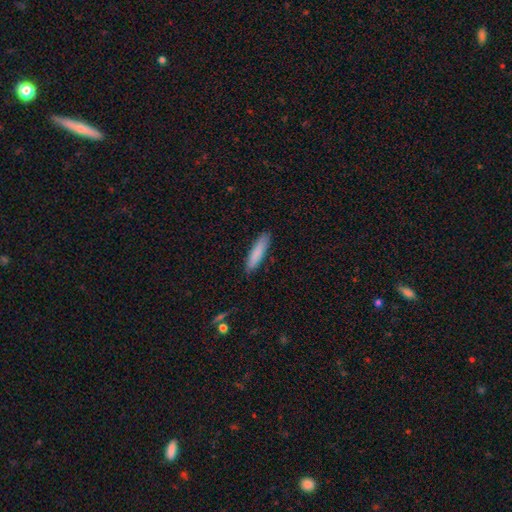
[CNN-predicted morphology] This is clearly a smooth galaxy (84%). How rounded: likely cigar-shaped (78%). Merging: clearly none (87%).